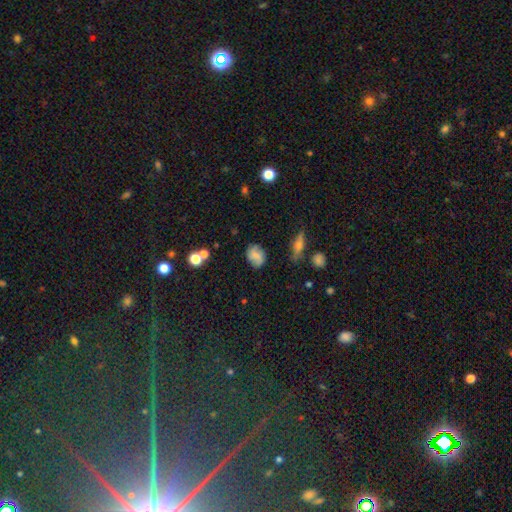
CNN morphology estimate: This appears to be a smooth galaxy with no disk features (65%) that is in between round and cigar-shaped (62%). Merging: none (71%).